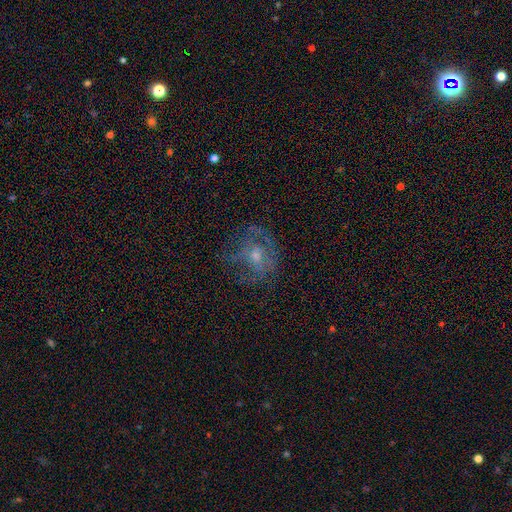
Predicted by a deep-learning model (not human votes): This is possibly a featured or disk galaxy (58%). It is clearly not viewed edge-on (97%). Bar: likely no (73%). Spiral arm pattern: possibly yes (51%). Central bulge: possibly moderate (49%). Merging: possibly none (58%).